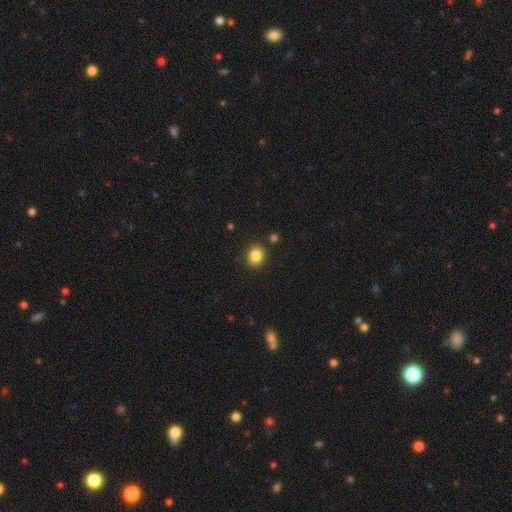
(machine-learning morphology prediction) Smooth or featured: smooth — 84% (star or artifact — 10%)
How rounded: round — 68% (in between — 31%)
Merging: none — 86% (minor disturbance — 8%)